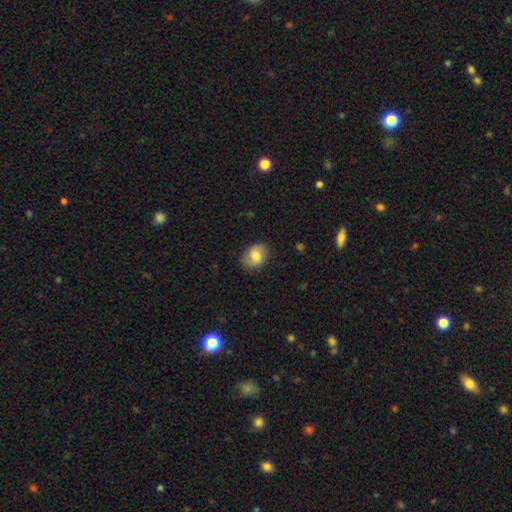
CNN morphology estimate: smooth_or_featured: smooth (p=0.69) [alt: featured or disk p=0.23]
how_rounded: in between (p=0.65) [alt: round p=0.34]
merging: none (p=0.78) [alt: minor disturbance p=0.16]